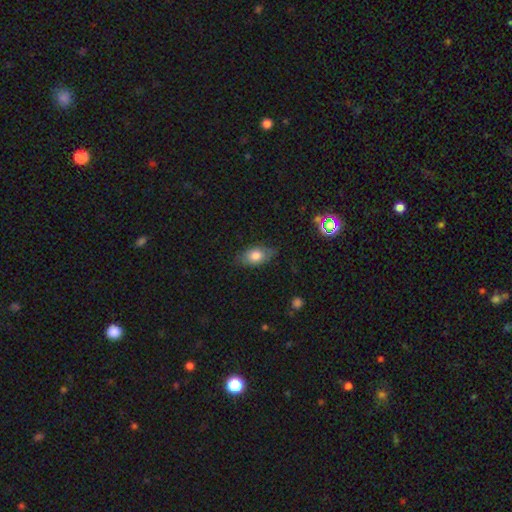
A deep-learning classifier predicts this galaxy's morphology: Overall: smooth (76%). How rounded: in between (84%). Merging: none (76%).